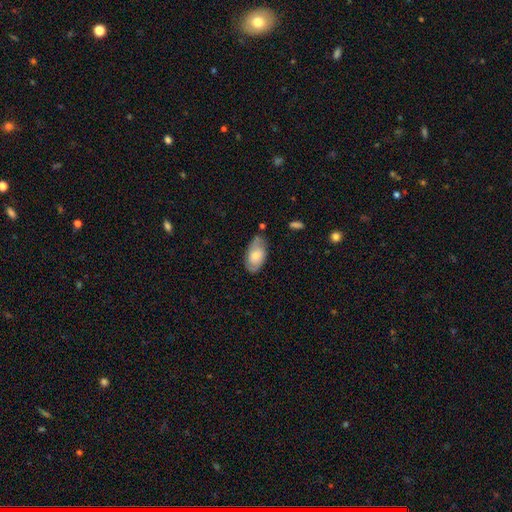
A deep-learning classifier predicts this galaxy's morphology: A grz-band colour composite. It shows a smooth galaxy with no disk features (63%) that is in between round and cigar-shaped (94%). Merging: none (67%).